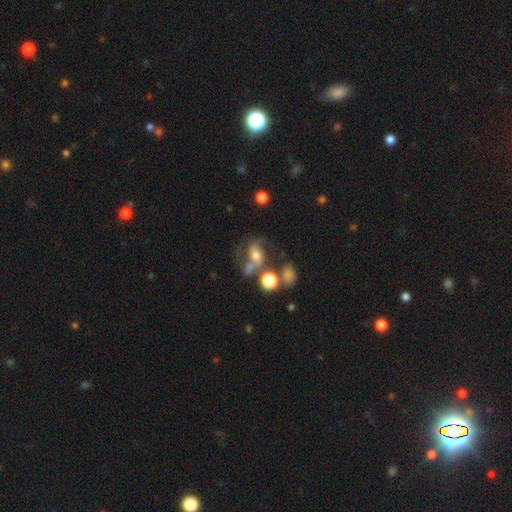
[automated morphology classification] Smooth or featured: featured or disk — 48% (smooth — 37%)
Merging: none — 39% (merger — 22%)